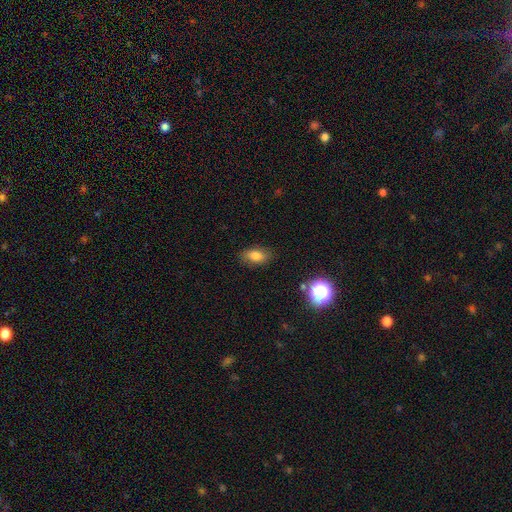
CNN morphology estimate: Q: Smooth or featured?
A: smooth (78%); runner-up: star or artifact (12%)
Q: How rounded?
A: in between (87%); runner-up: round (10%)
Q: Merging?
A: none (83%); runner-up: minor disturbance (13%)